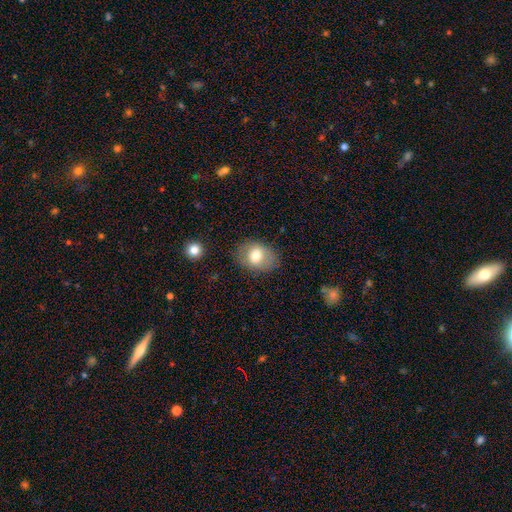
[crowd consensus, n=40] smooth_or_featured: smooth (p=0.85) [alt: featured or disk p=0.12]
how_rounded: in between (p=0.71) [alt: round p=0.29]
merging: none (p=0.79) [alt: minor disturbance p=0.21]